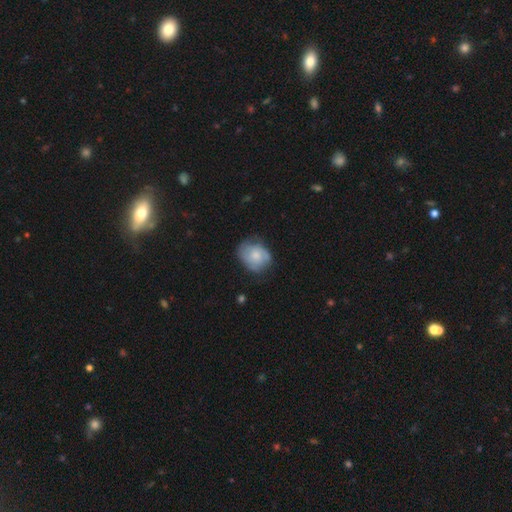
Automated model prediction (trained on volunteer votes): Smooth or featured?
  - smooth: 51% *
  - featured or disk: 43%
  - star or artifact: 7%
How rounded?
  - round: 52% *
  - in between: 47%
  - cigar-shaped: 1%
Merging?
  - none: 61% *
  - minor disturbance: 28%
  - major disturbance: 10%
  - merger: 1%